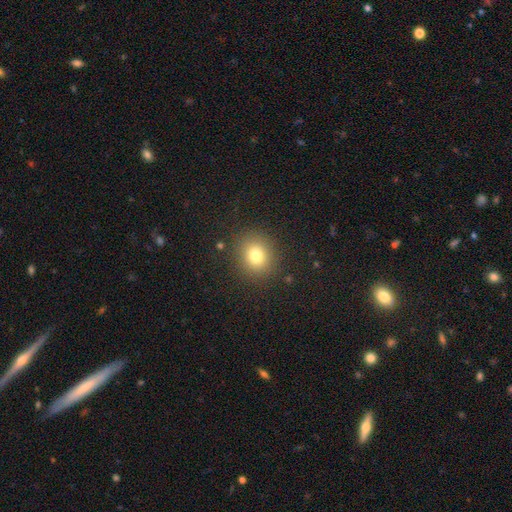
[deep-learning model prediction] The model was most divided on "how rounded": round: 78%, in between: 21%, cigar-shaped: 1%. More confident: merging — none (87%); smooth or featured — smooth (78%).